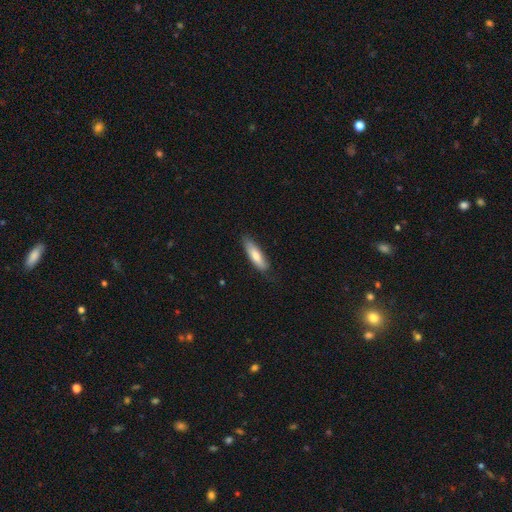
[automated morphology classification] smooth-or-featured: smooth: 73% | featured or disk: 21% | star or artifact: 6%
  how-rounded: cigar-shaped: 56% | in between: 43% | round: 2%
  merging: none: 77% | minor disturbance: 19% | major disturbance: 3% | merger: 1%